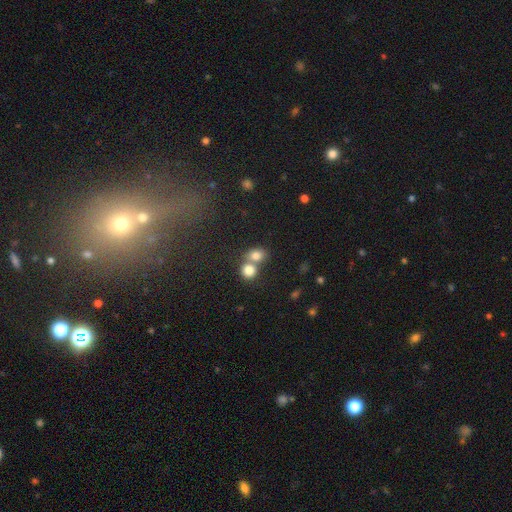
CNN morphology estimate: A smooth galaxy with no disk features (79%) that is round (58%).

Vote fractions:
- Smooth or featured? smooth: 79% / star or artifact: 11% / featured or disk: 9%
- How rounded? round: 58% / in between: 41% / cigar-shaped: 1%
- Merging? merger: 54% / none: 36% / minor disturbance: 7% / major disturbance: 3%